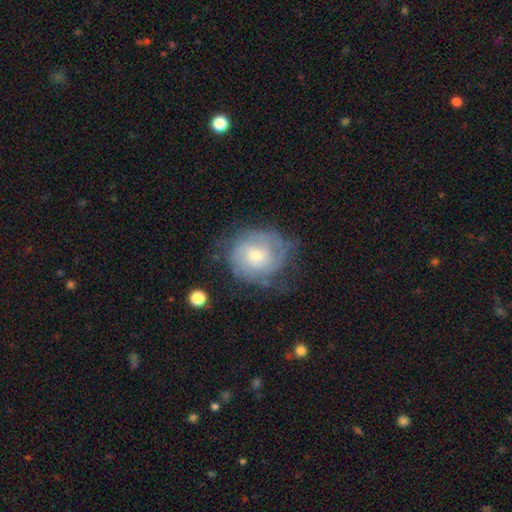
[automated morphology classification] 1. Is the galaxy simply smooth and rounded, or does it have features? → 65% featured or disk, 27% smooth, 7% star or artifact.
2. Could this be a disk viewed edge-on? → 97% no, 3% yes.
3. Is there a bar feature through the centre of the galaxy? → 66% no, 30% weak, 4% strong.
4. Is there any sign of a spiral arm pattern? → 85% yes, 15% no.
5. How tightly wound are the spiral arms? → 61% tight, 29% medium, 10% loose.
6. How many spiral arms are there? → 45% can't tell, 29% 2, 12% 3, 6% 1, 4% 4, 3% more than 4.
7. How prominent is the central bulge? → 48% small, 47% moderate, 3% large, 1% none, 1% dominant.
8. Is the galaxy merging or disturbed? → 59% none, 25% minor disturbance, 14% major disturbance, 2% merger.